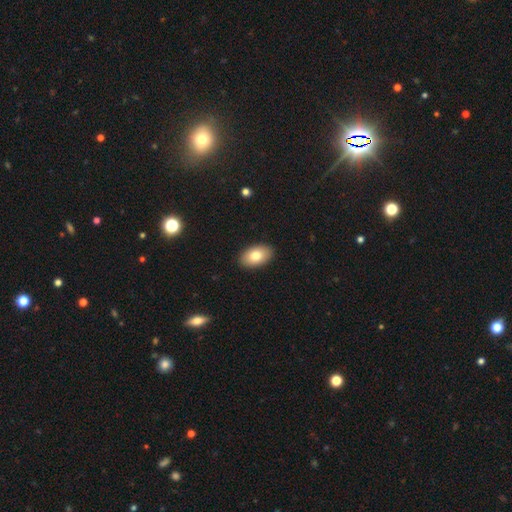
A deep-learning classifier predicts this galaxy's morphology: Smooth or featured: smooth — 79% (featured or disk — 14%)
How rounded: in between — 93% (round — 6%)
Merging: none — 90% (minor disturbance — 7%)